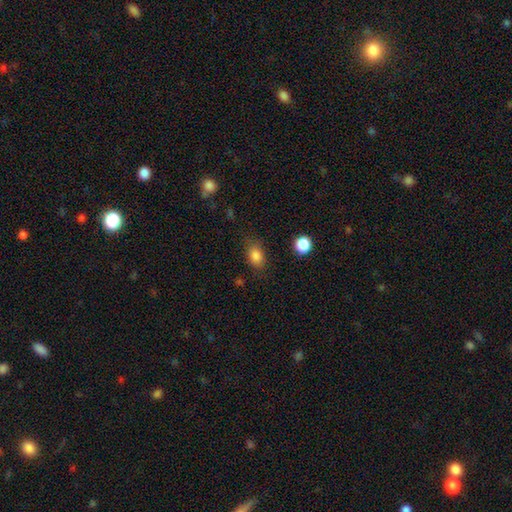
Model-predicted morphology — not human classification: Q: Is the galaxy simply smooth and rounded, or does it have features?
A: smooth — 85%.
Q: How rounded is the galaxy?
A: in between — 79%.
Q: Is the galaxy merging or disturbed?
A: none — 78%.